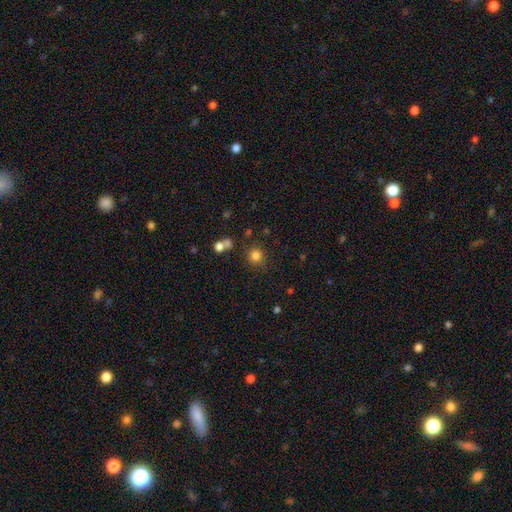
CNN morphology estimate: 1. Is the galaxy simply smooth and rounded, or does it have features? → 81% smooth, 14% star or artifact, 5% featured or disk.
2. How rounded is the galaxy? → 89% round, 10% in between, 1% cigar-shaped.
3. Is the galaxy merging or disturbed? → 79% none, 10% minor disturbance, 7% merger, 4% major disturbance.